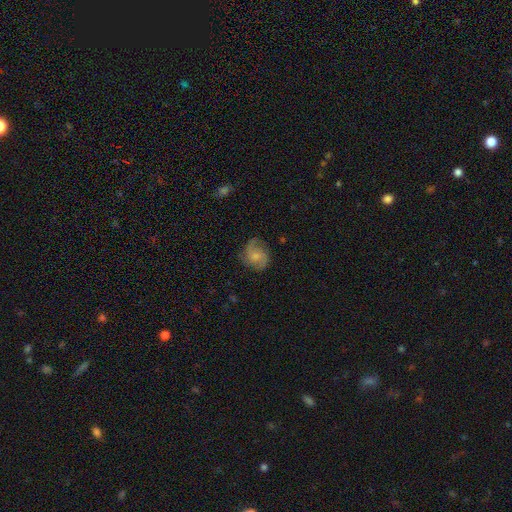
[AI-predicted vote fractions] Smooth or featured? featured or disk (57%)
Edge-on disk? no (97%)
Bar? no (68%)
Spiral arms? yes (91%)
Spiral winding? medium (48%)
Spiral arm count? 2 (61%)
Bulge size? small (47%)
Merging? none (70%)